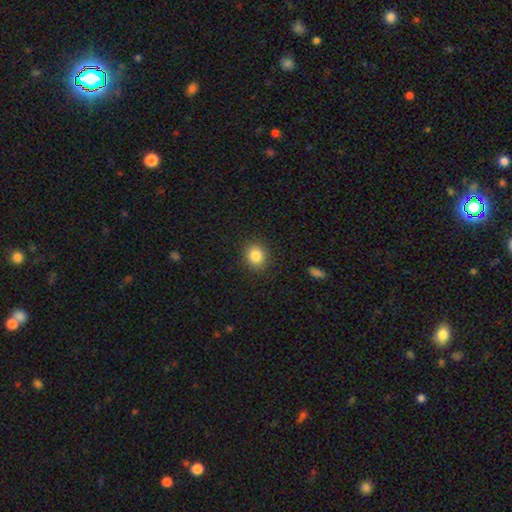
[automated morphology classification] A smooth galaxy with no disk features (84%) that is round (75%).

Vote fractions:
- Smooth or featured? smooth: 84% / star or artifact: 10% / featured or disk: 6%
- How rounded? round: 75% / in between: 24% / cigar-shaped: 1%
- Merging? none: 90% / minor disturbance: 7% / major disturbance: 2% / merger: 1%